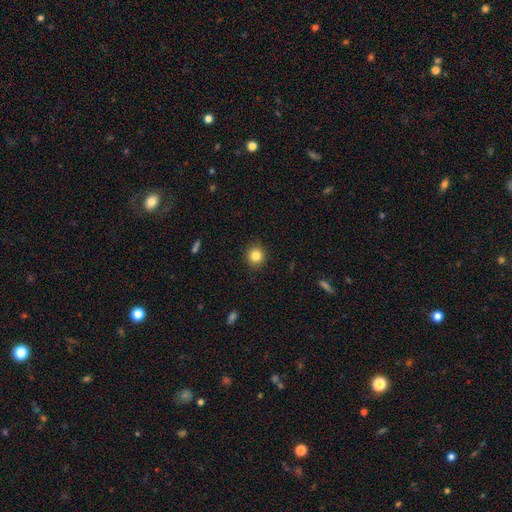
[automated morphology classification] Smooth or featured? Predicted: smooth (p=0.84). How rounded? Predicted: round (p=0.92). Merging? Predicted: none (p=0.91).